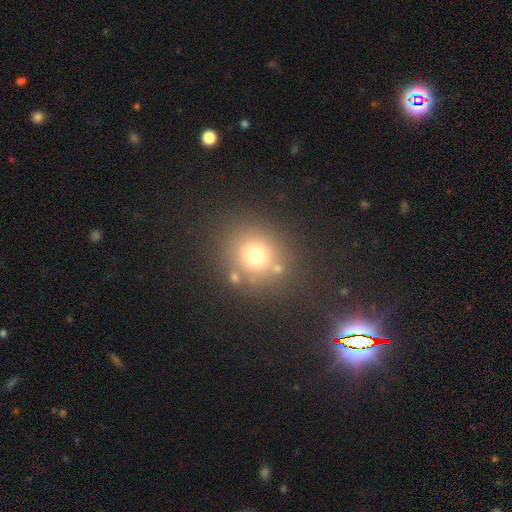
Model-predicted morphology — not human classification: A smooth galaxy with no disk features (69%) that is round (85%).

Vote fractions:
- Smooth or featured? smooth: 69% / star or artifact: 19% / featured or disk: 12%
- How rounded? round: 85% / in between: 14% / cigar-shaped: 1%
- Merging? none: 75% / merger: 10% / minor disturbance: 10% / major disturbance: 5%